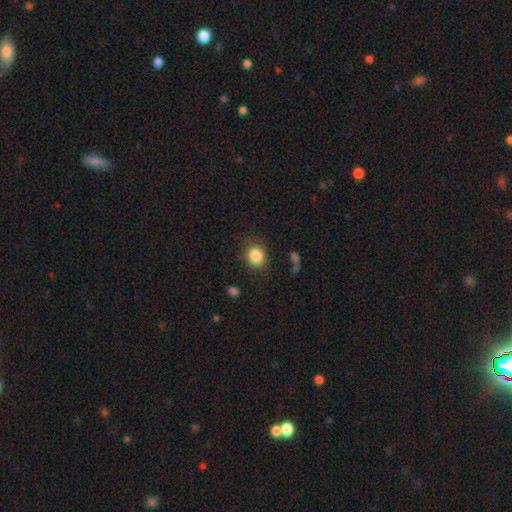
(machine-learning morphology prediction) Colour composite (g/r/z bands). It shows a smooth galaxy with no disk features (85%) that is round (74%). Merging: none (83%).